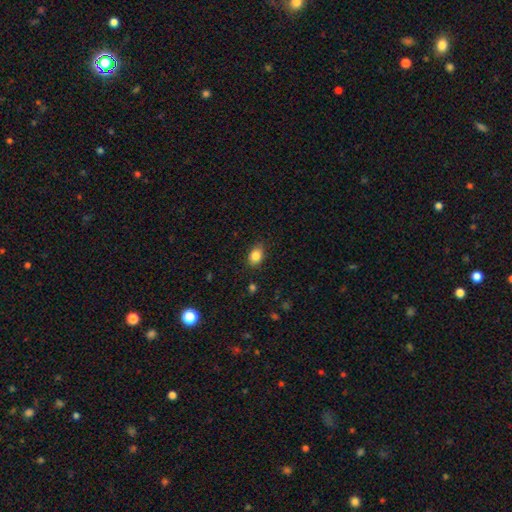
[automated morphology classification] type=smooth (85%); roundness=in between (77%); merging=none (84%).